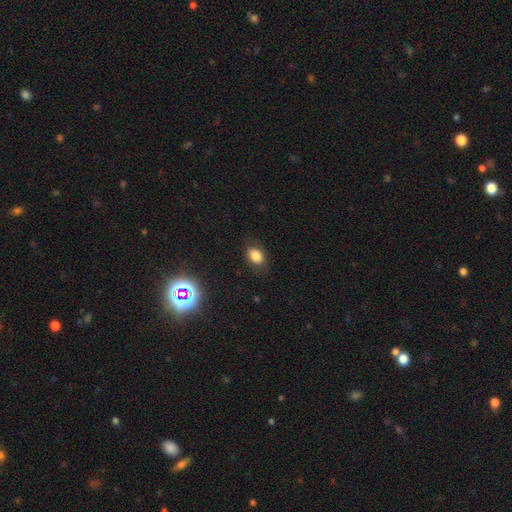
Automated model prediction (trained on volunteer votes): This is clearly a smooth galaxy (81%). How rounded: likely in between (79%). Merging: clearly none (82%).